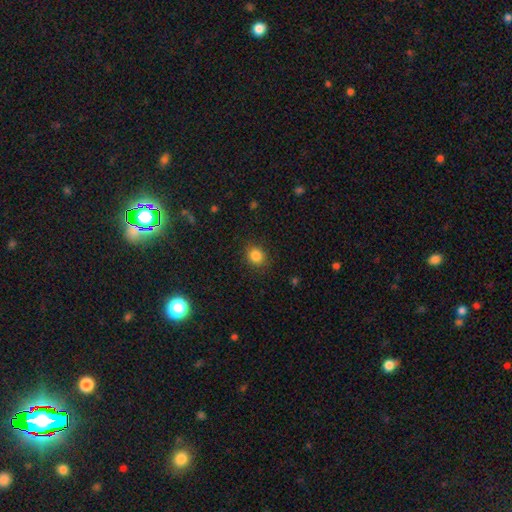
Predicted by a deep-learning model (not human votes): Smooth or featured?
  - smooth: 84% *
  - star or artifact: 11%
  - featured or disk: 5%
How rounded?
  - round: 75% *
  - in between: 24%
  - cigar-shaped: 1%
Merging?
  - none: 87% *
  - minor disturbance: 9%
  - major disturbance: 3%
  - merger: 1%